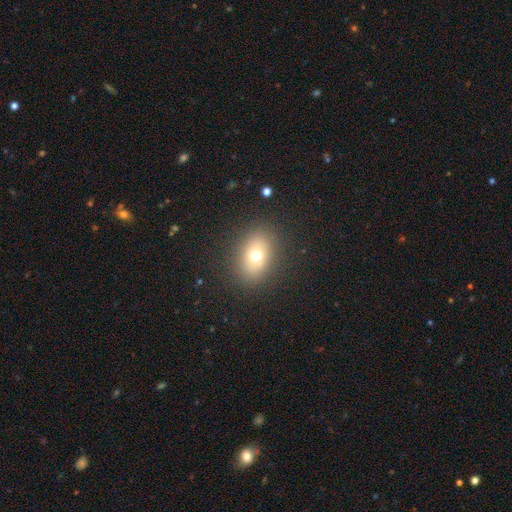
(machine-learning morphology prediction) A smooth galaxy with no disk features (66%) that is in between round and cigar-shaped (61%). Merging: none (85%).